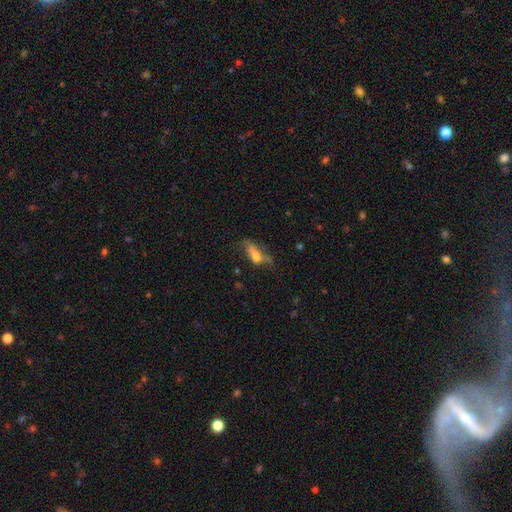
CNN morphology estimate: type=smooth (52%); roundness=in between (57%); merging=none (36%).